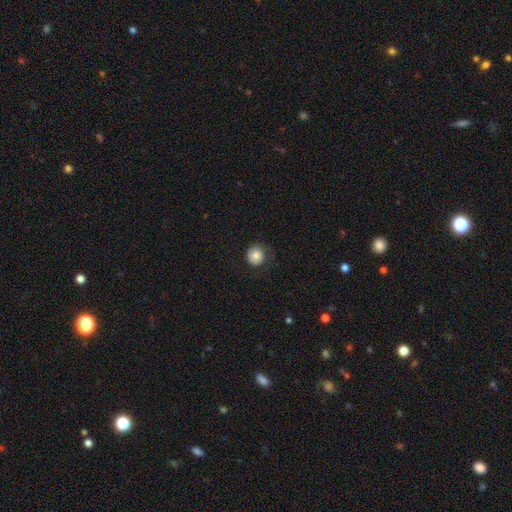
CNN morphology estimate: Smooth or featured? smooth (83%)
How rounded? round (89%)
Merging? none (69%)